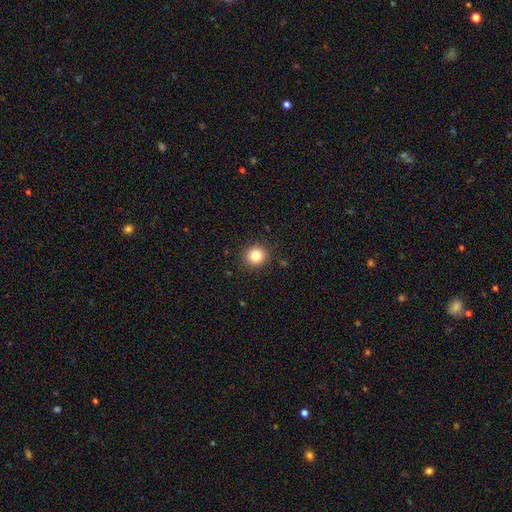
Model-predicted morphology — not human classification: smooth_or_featured: smooth (p=0.83) [alt: star or artifact p=0.11]
how_rounded: round (p=0.90) [alt: in between p=0.09]
merging: none (p=0.90) [alt: minor disturbance p=0.06]